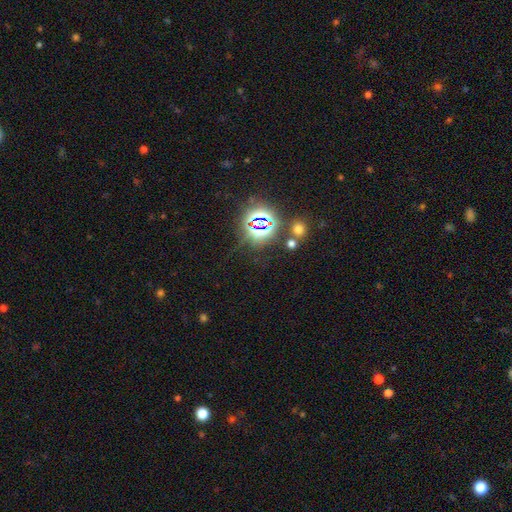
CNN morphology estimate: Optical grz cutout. It shows a star or artifact, not a galaxy (81%).